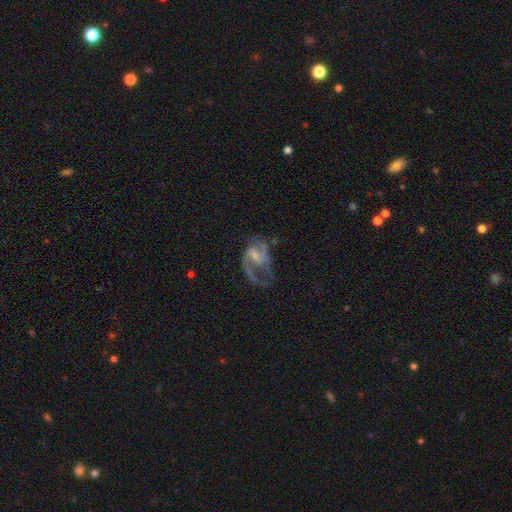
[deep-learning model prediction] smooth-or-featured: featured or disk: 80% | smooth: 13% | star or artifact: 7%
  disk-edge-on: no: 98% | yes: 2%
    bar: weak: 53% | no: 33% | strong: 14%
    has-spiral-arms: yes: 89% | no: 11%
      spiral-winding: medium: 47% | loose: 40% | tight: 13%
      spiral-arm-count: 2: 68% | 1: 16% | can't tell: 9% | 3: 4% | 4: 2% | more than 4: 1%
    bulge-size: small: 40% | moderate: 35% | none: 19% | large: 5% | dominant: 1%
  merging: major disturbance: 40% | none: 36% | minor disturbance: 19% | merger: 4%